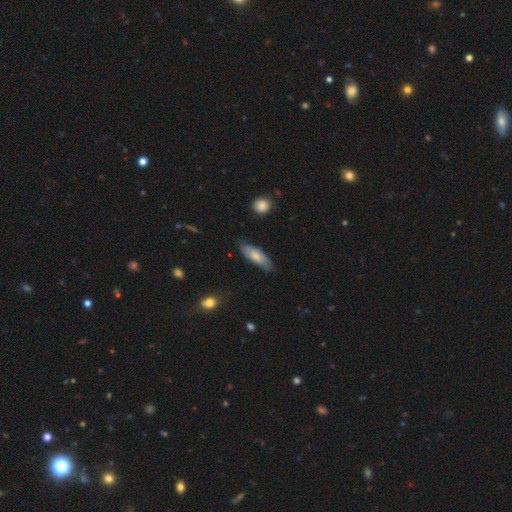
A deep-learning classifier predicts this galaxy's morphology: type=smooth (69%); roundness=in between (65%); merging=none (71%).